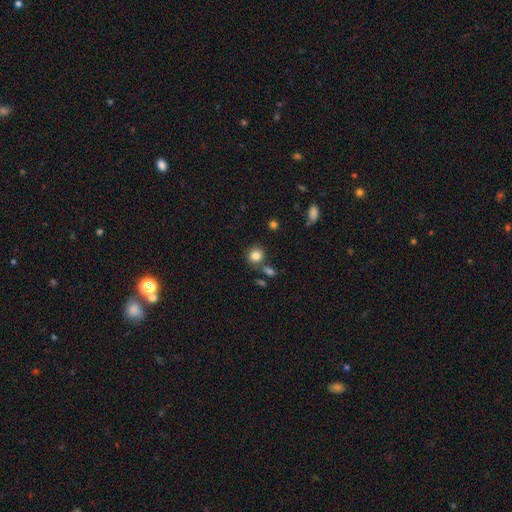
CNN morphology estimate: smooth-or-featured: smooth: 83% | star or artifact: 10% | featured or disk: 6%
  how-rounded: round: 78% | in between: 21% | cigar-shaped: 1%
  merging: none: 74% | minor disturbance: 12% | merger: 11% | major disturbance: 4%